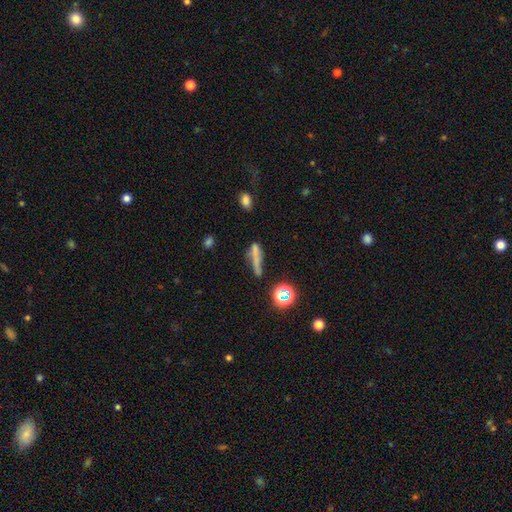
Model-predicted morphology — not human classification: Smooth or featured?
  - smooth: 55% *
  - featured or disk: 27%
  - star or artifact: 18%
How rounded?
  - cigar-shaped: 74% *
  - in between: 19%
  - round: 7%
Merging?
  - none: 43% *
  - minor disturbance: 24%
  - major disturbance: 19%
  - merger: 15%